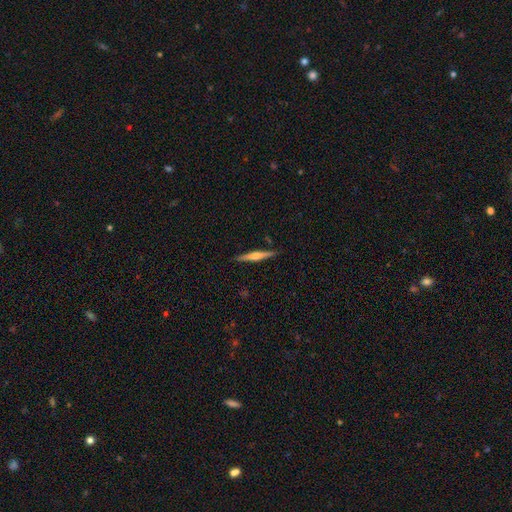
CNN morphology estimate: type=featured or disk (62%); edge-on=yes (98%); edge-on bulge=rounded (76%); merging=none (90%).